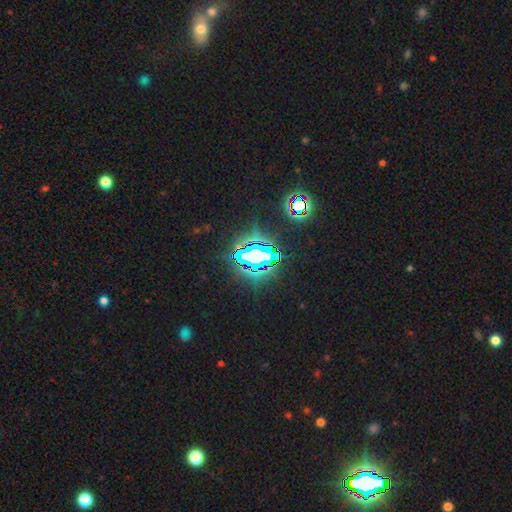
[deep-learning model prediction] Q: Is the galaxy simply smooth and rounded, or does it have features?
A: star or artifact — 75%.